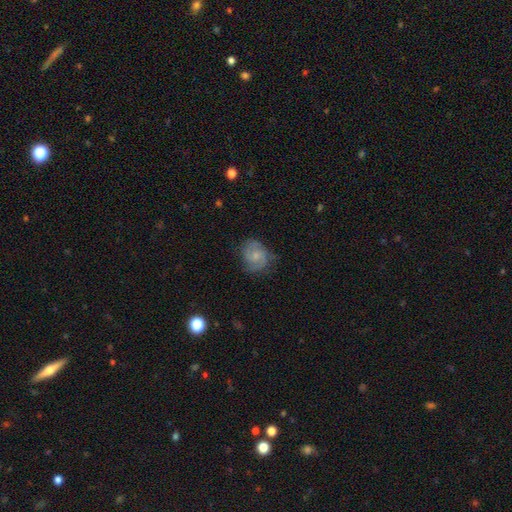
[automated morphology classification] Q: Smooth or featured?
A: featured or disk (56%); runner-up: smooth (36%)
Q: Edge-on disk?
A: no (98%); runner-up: yes (2%)
Q: Bar?
A: no (65%); runner-up: weak (31%)
Q: Spiral arms?
A: yes (89%); runner-up: no (11%)
Q: Bulge size?
A: small (52%); runner-up: moderate (32%)
Q: Merging?
A: none (68%); runner-up: minor disturbance (23%)